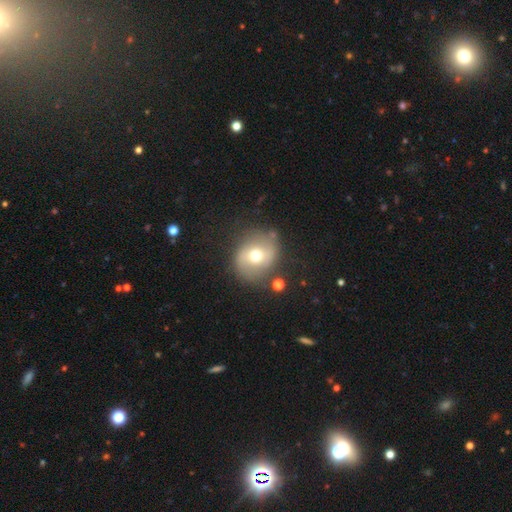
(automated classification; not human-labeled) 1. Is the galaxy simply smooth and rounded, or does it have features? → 47% featured or disk, 43% smooth, 10% star or artifact.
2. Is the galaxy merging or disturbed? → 73% none, 16% minor disturbance, 7% major disturbance, 4% merger.